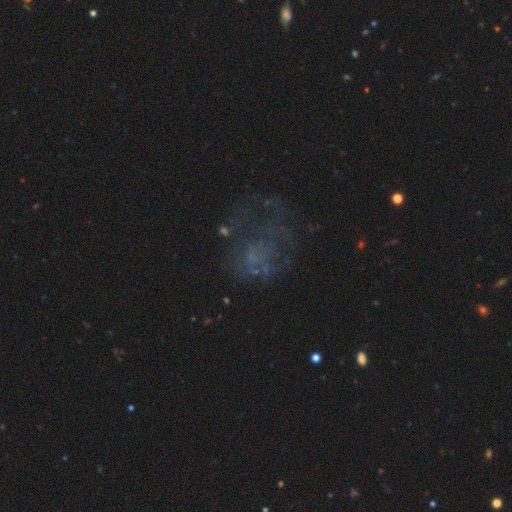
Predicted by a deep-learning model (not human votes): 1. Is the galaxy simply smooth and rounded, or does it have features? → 46% featured or disk, 29% star or artifact, 26% smooth.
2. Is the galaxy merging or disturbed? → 40% none (tied), 40% major disturbance (tied), 16% minor disturbance, 4% merger.